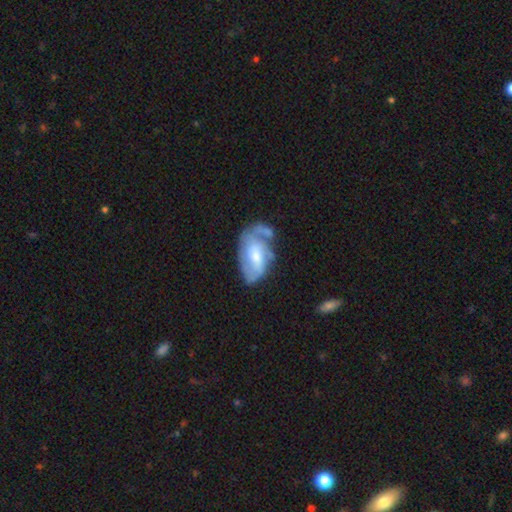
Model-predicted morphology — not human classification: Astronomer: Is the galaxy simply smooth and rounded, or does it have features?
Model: featured or disk — 69%.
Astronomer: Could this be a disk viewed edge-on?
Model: no — 96%.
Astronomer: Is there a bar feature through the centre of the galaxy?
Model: no — 46% (runner-up: weak, 41%).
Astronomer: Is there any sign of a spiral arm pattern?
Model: yes — 83%.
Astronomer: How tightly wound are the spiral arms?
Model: medium — 42% (runner-up: tight, 35%).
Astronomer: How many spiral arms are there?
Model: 2 — 47% (runner-up: can't tell, 27%).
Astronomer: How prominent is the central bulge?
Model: moderate — 43% (runner-up: small, 42%).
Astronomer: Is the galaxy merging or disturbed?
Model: none — 43% (runner-up: minor disturbance, 26%).